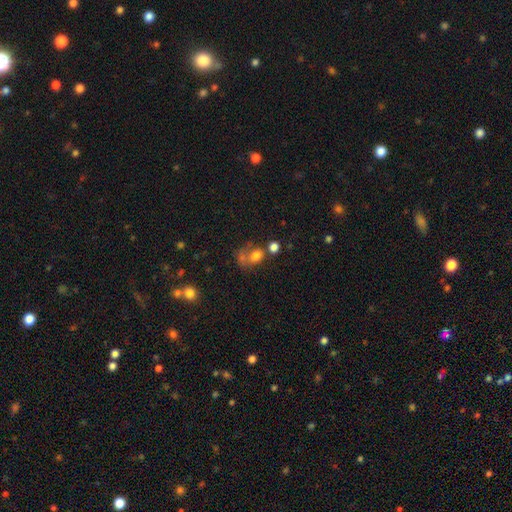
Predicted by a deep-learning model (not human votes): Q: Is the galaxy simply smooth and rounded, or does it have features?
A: smooth — 68%.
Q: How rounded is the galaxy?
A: in between — 50%.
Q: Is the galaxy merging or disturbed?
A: merger — 36%.